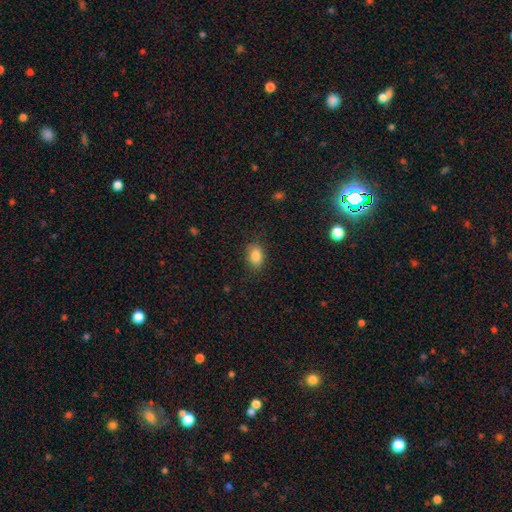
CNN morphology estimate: smooth_or_featured: smooth (p=0.86) [alt: star or artifact p=0.09]
how_rounded: in between (p=0.84) [alt: round p=0.14]
merging: none (p=0.83) [alt: minor disturbance p=0.12]